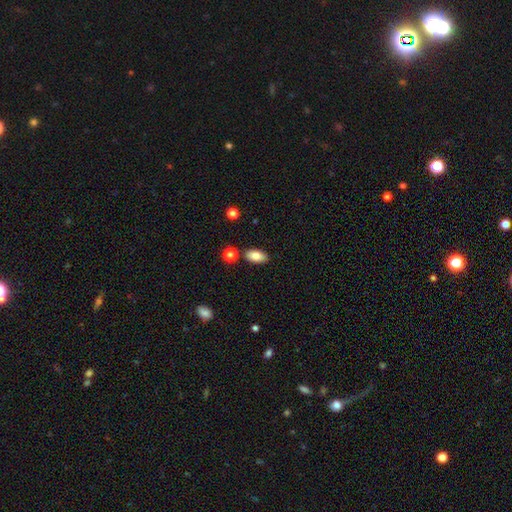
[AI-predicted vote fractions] Overall: smooth (82%). How rounded: in between (92%). Merging: none (84%).